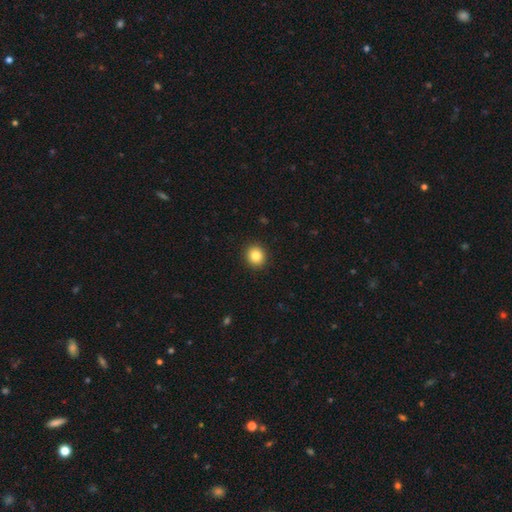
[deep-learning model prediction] The model was most divided on "smooth or featured": smooth: 84%, star or artifact: 10%, featured or disk: 6%. More confident: merging — none (92%); how rounded — round (88%).